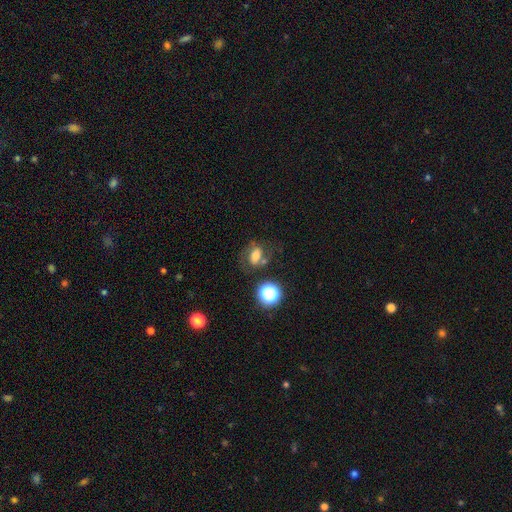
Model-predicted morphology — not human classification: Smooth or featured? smooth (52%)
How rounded? in between (66%)
Merging? none (54%)